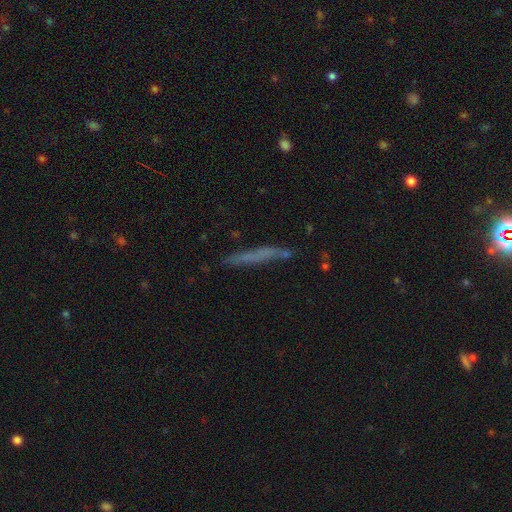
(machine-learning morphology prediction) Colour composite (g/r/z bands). It shows a smooth galaxy with no disk features (51%) that is cigar-shaped (95%). Merging: none (79%).